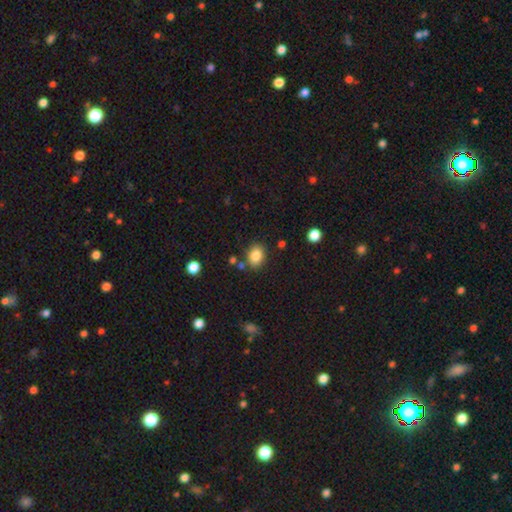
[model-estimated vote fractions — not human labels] Smooth or featured?
  - smooth: 85% *
  - star or artifact: 9%
  - featured or disk: 5%
How rounded?
  - in between: 63% *
  - round: 36%
  - cigar-shaped: 1%
Merging?
  - none: 81% *
  - minor disturbance: 11%
  - merger: 5%
  - major disturbance: 3%